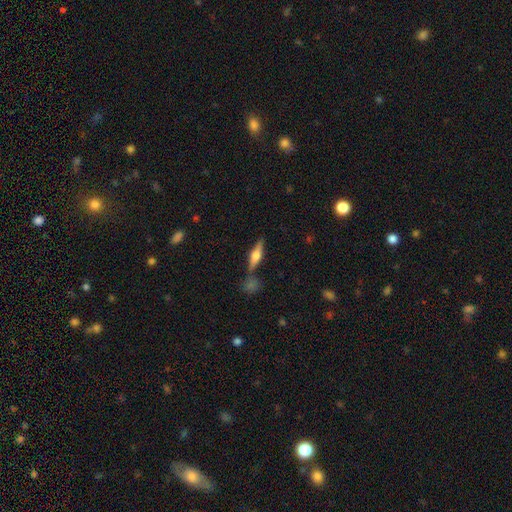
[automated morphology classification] Smooth or featured?
  - featured or disk: 58% *
  - smooth: 35%
  - star or artifact: 7%
Edge-on disk?
  - yes: 95% *
  - no: 5%
Edge-on bulge?
  - rounded: 89% *
  - boxy: 8%
  - none: 2%
Merging?
  - none: 78% *
  - minor disturbance: 11%
  - merger: 8%
  - major disturbance: 3%